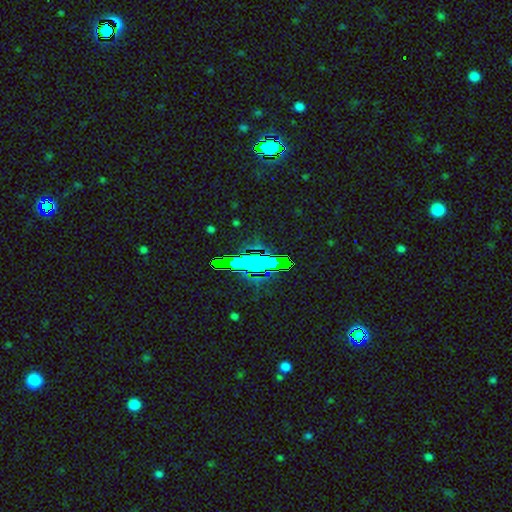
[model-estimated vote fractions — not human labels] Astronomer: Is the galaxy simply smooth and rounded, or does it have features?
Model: star or artifact — 62%.